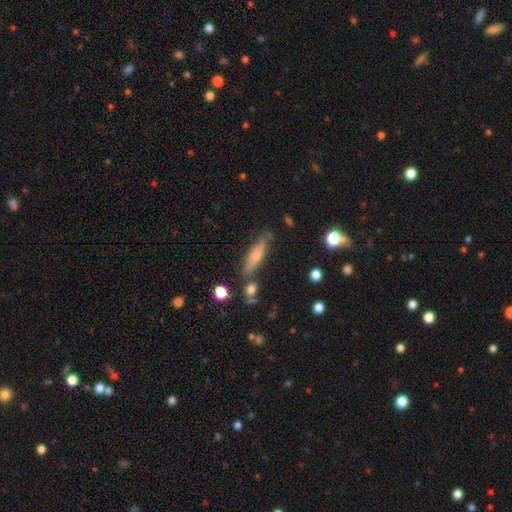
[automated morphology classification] Smooth or featured? smooth (58%)
How rounded? cigar-shaped (77%)
Merging? none (75%)